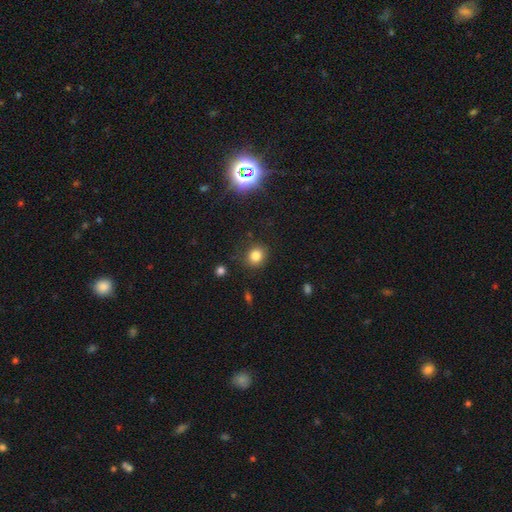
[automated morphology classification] Smooth or featured? smooth (80%)
How rounded? round (77%)
Merging? none (85%)